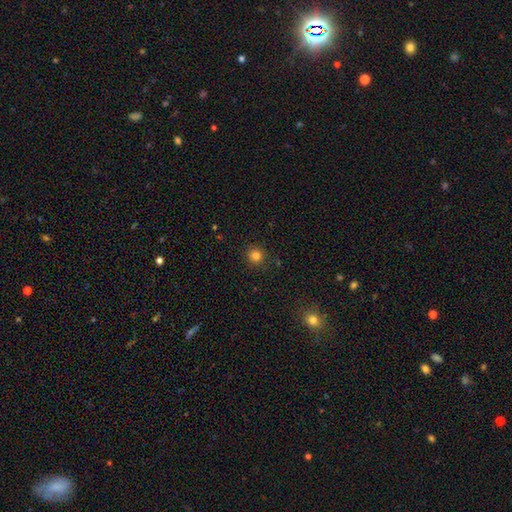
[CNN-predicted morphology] Overall: smooth (82%). How rounded: round (93%). Merging: none (90%).